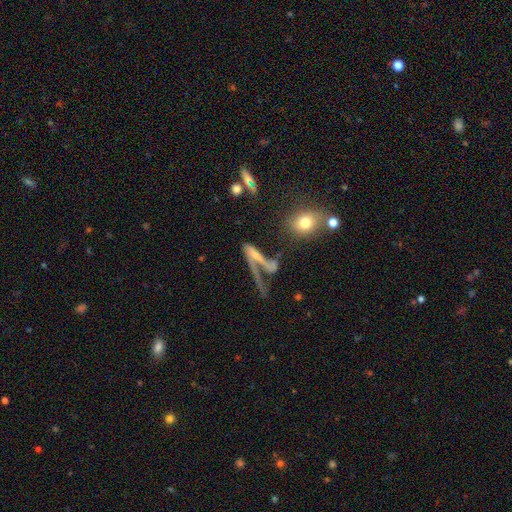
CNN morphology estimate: This appears to be a featured or disk galaxy (54%). Merging: major disturbance (32%).